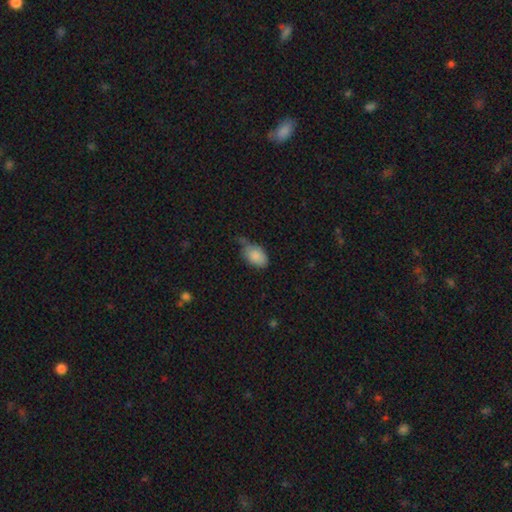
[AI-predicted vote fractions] Overall: smooth (85%). How rounded: in between (90%). Merging: minor disturbance (42%; none 39%).